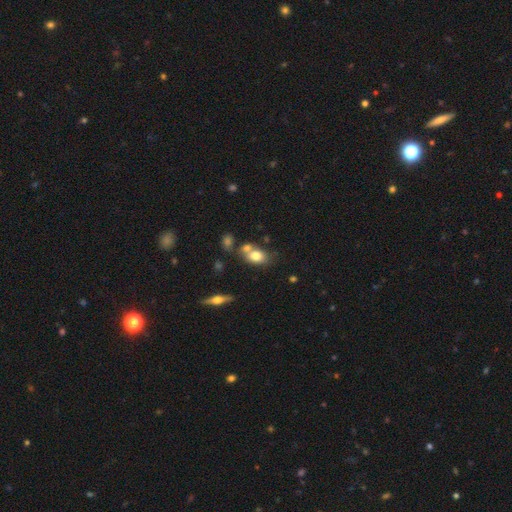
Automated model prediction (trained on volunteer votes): smooth-or-featured: smooth: 75% | featured or disk: 16% | star or artifact: 9%
  how-rounded: in between: 73% | round: 24% | cigar-shaped: 3%
  merging: none: 50% | merger: 30% | minor disturbance: 14% | major disturbance: 5%